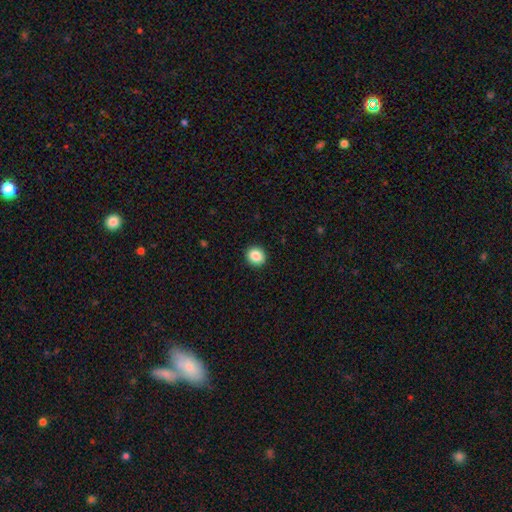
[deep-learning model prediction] Overall: smooth (88%). How rounded: round (83%). Merging: none (92%).